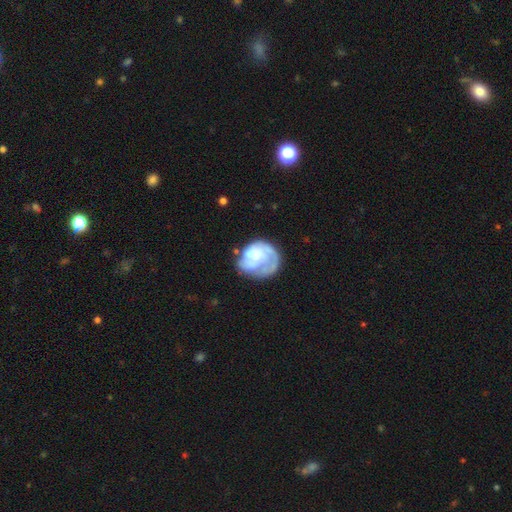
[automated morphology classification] Smooth or featured? Predicted: featured or disk (p=0.56). Edge-on disk? Predicted: no (p=0.98). Bar? Predicted: no (p=0.80). Spiral arms? Predicted: yes (p=0.58). Bulge size? Predicted: small (p=0.36). Merging? Predicted: none (p=0.46).